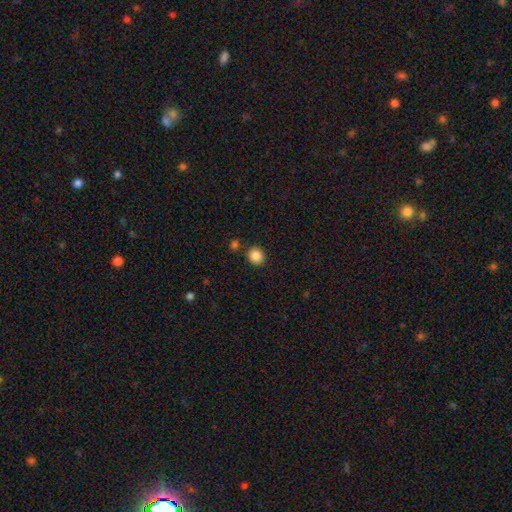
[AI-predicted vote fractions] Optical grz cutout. It shows a smooth galaxy with no disk features (87%) that is round (84%). Merging: none (85%).